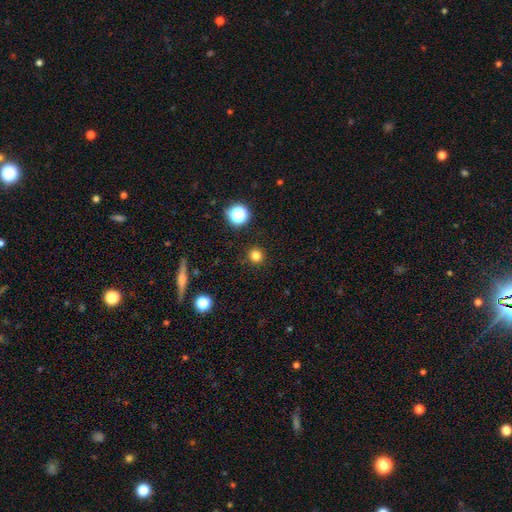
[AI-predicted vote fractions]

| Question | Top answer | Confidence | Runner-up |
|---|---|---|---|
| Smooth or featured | smooth | 80% | star or artifact (15%) |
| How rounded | round | 94% | in between (5%) |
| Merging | none | 91% | minor disturbance (6%) |